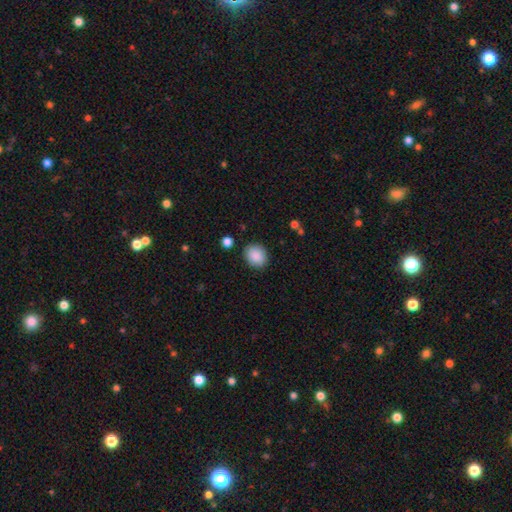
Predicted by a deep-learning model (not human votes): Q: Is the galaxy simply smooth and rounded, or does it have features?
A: smooth — 89%.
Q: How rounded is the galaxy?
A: round — 64%.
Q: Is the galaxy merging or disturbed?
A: none — 87%.